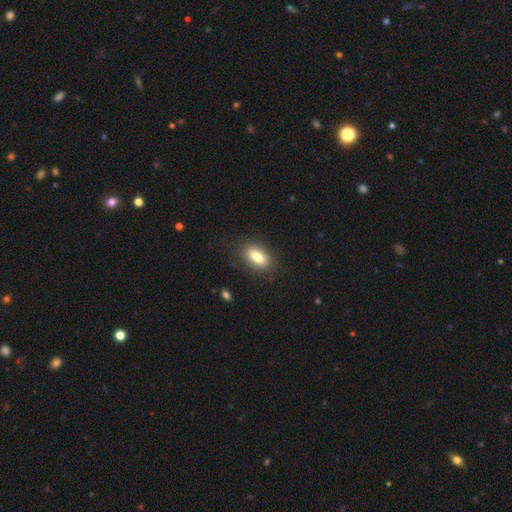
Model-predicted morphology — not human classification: Overall: smooth (80%). How rounded: in between (87%). Merging: none (86%).